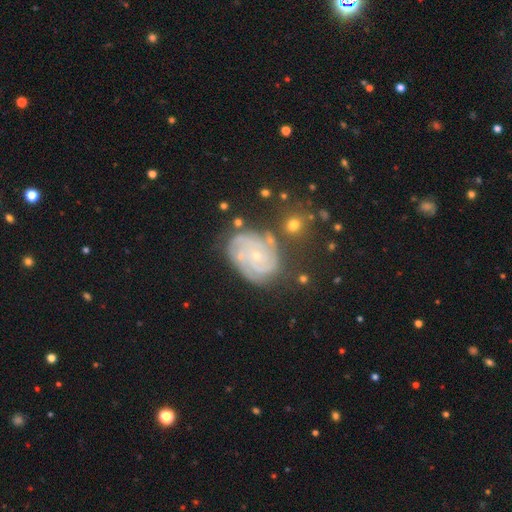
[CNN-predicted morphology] Smooth or featured? featured or disk (83%)
Edge-on disk? no (97%)
Bar? no (77%)
Spiral arms? yes (95%)
Spiral winding? tight (73%)
Spiral arm count? 3 (28%)
Bulge size? small (76%)
Merging? none (68%)